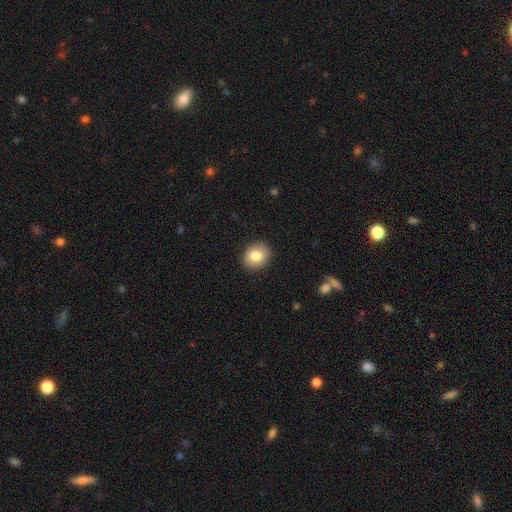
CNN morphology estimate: Smooth or featured?
  - smooth: 82% *
  - featured or disk: 10%
  - star or artifact: 8%
How rounded?
  - round: 58% *
  - in between: 41%
  - cigar-shaped: 1%
Merging?
  - none: 90% *
  - minor disturbance: 7%
  - major disturbance: 2%
  - merger: 1%